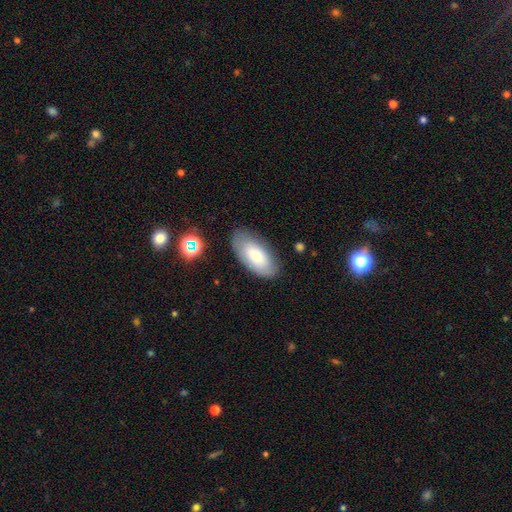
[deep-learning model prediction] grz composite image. It shows a smooth galaxy with no disk features (73%) that is in between round and cigar-shaped (92%). Merging: none (79%).